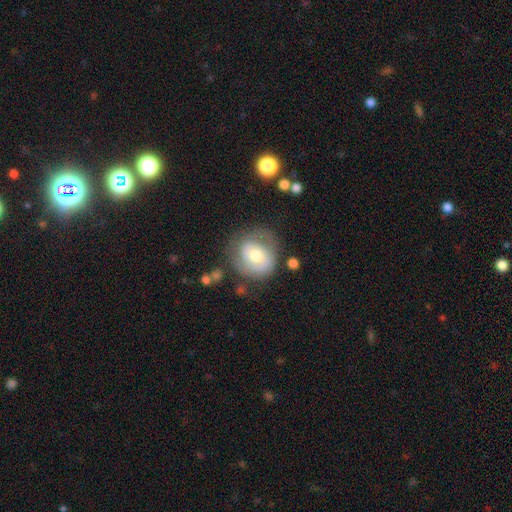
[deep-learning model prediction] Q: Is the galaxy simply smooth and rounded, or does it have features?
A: smooth — 52%.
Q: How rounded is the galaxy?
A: round — 75%.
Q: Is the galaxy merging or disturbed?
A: none — 60%.